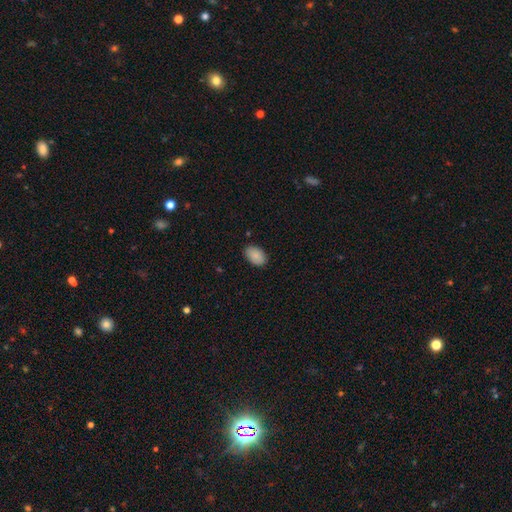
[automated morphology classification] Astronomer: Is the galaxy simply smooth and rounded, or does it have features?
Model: smooth — 89%.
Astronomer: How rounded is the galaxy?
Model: in between — 90%.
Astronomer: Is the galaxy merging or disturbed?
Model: none — 86%.